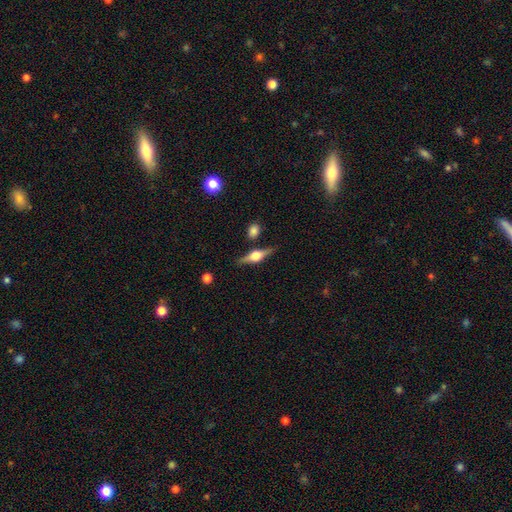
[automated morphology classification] This is likely a featured or disk galaxy (74%). It is clearly viewed edge-on (97%). Edge-on bulge: clearly rounded (92%). Merging: clearly none (83%).